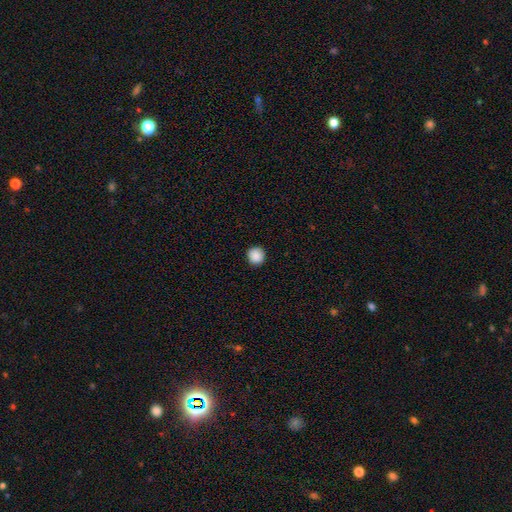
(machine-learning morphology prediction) Smooth or featured?
  - smooth: 89% *
  - star or artifact: 9%
  - featured or disk: 2%
How rounded?
  - round: 92% *
  - in between: 7%
  - cigar-shaped: 1%
Merging?
  - none: 92% *
  - minor disturbance: 5%
  - major disturbance: 2%
  - merger: 1%